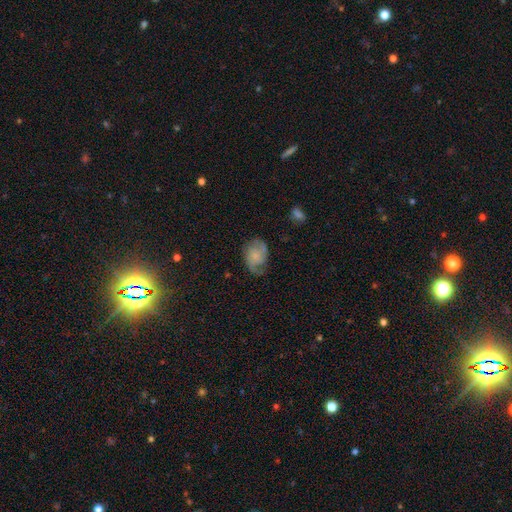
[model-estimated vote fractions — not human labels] Morphology: type=featured or disk (54%); edge-on=no (97%); bar=no (73%); spiral arms=yes (89%); bulge=small (48%); merging=none (61%).